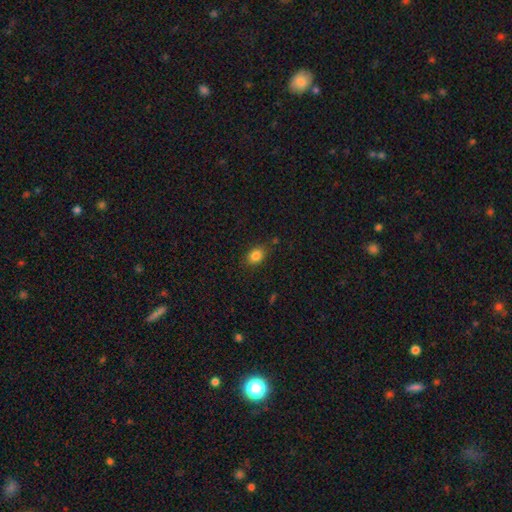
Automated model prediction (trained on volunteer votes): The model was most divided on "how rounded": in between: 66%, round: 32%, cigar-shaped: 1%. More confident: merging — none (84%); smooth or featured — smooth (84%).